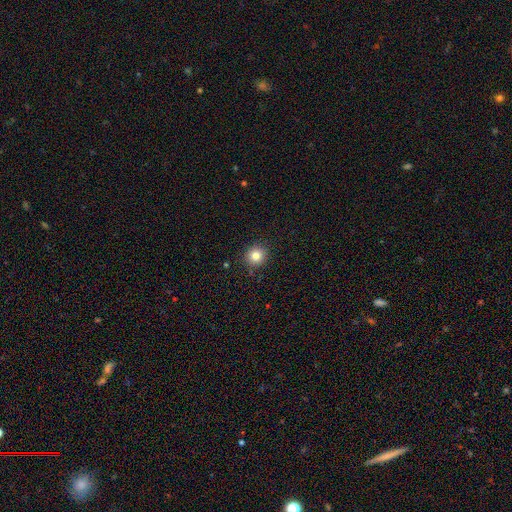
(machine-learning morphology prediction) This appears to be a smooth galaxy with no disk features (82%) that is round (90%). Merging: none (90%).